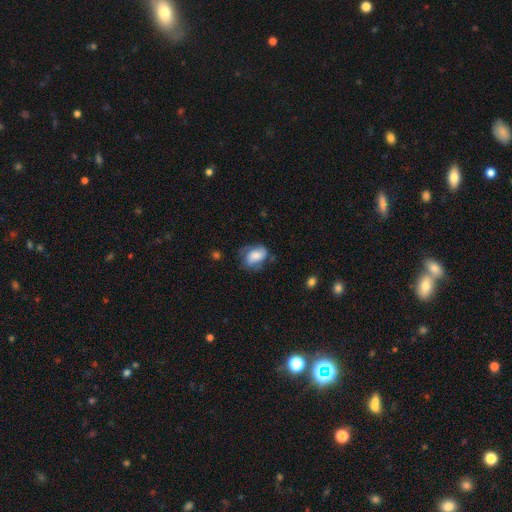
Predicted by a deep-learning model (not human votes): Q: Smooth or featured?
A: smooth (57%); runner-up: featured or disk (35%)
Q: How rounded?
A: in between (79%); runner-up: round (19%)
Q: Merging?
A: none (49%); runner-up: minor disturbance (31%)